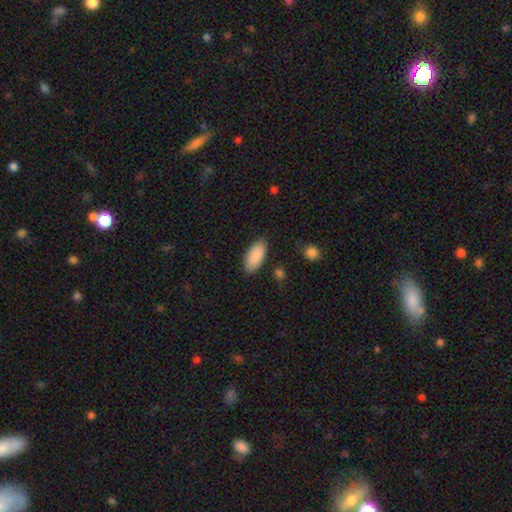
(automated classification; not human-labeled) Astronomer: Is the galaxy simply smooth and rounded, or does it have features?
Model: smooth — 89%.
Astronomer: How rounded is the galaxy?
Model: in between — 90%.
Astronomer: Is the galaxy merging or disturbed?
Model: none — 85%.